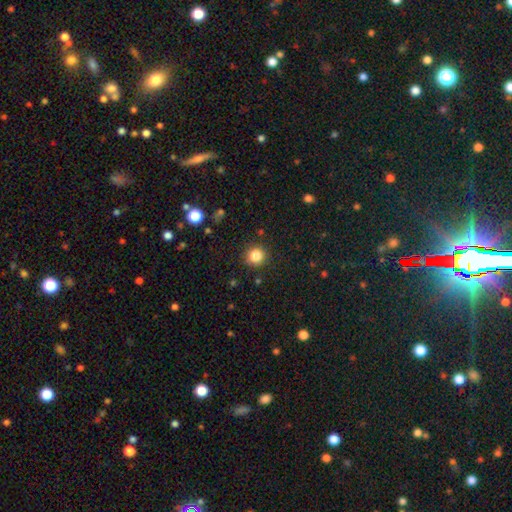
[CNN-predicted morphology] The model was most divided on "smooth or featured": smooth: 84%, star or artifact: 11%, featured or disk: 4%. More confident: how rounded — round (91%); merging — none (89%).